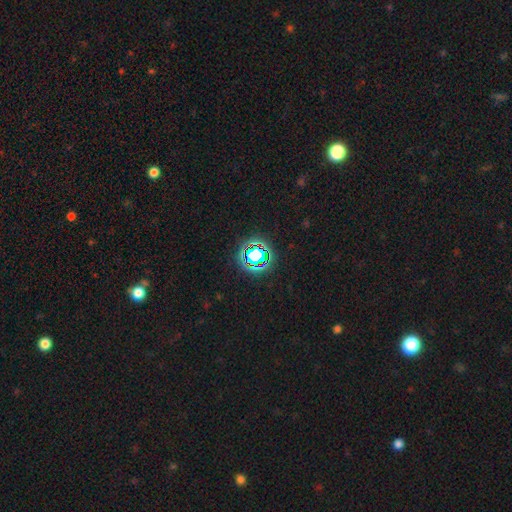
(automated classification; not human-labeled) smooth_or_featured: star or artifact (p=0.67) [alt: smooth p=0.21]